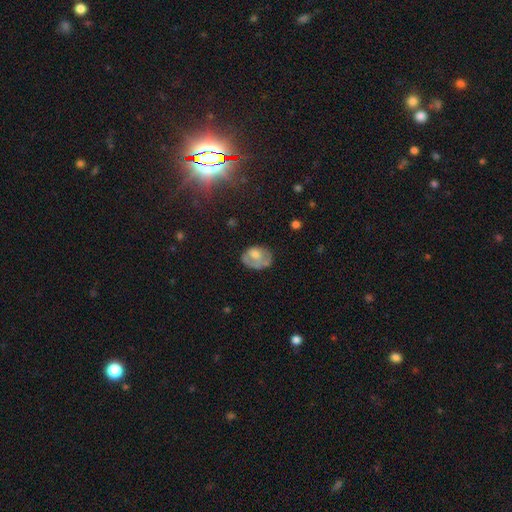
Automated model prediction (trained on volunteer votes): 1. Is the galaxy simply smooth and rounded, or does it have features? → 58% smooth, 33% featured or disk, 9% star or artifact.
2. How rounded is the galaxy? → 68% in between, 31% round, 1% cigar-shaped.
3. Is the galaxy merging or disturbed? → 46% none, 31% minor disturbance, 19% major disturbance, 3% merger.